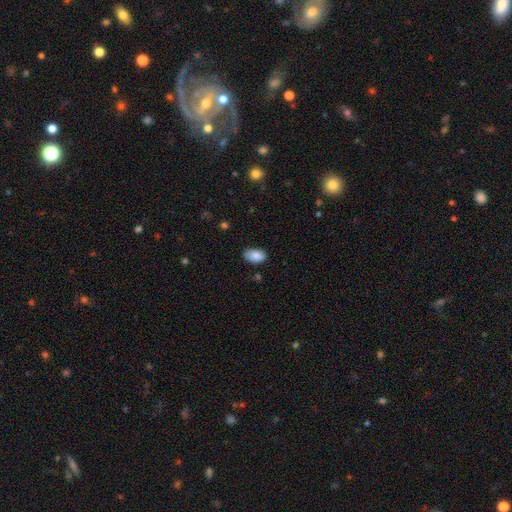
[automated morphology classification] A smooth galaxy with no disk features (87%) that is in between round and cigar-shaped (93%). Merging: none (79%).